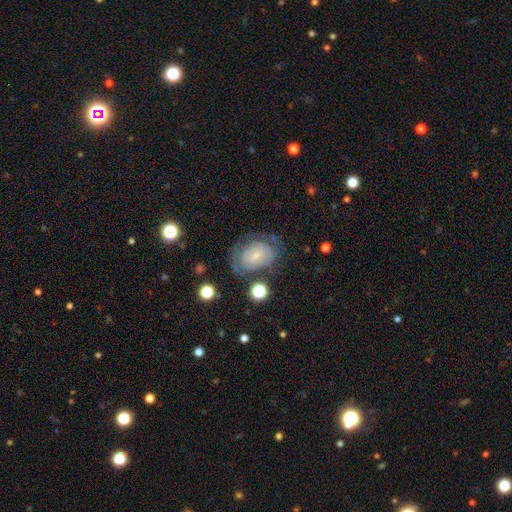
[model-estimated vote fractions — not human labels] Q: Smooth or featured?
A: featured or disk (53%); runner-up: smooth (37%)
Q: Edge-on disk?
A: no (96%); runner-up: yes (4%)
Q: Bar?
A: no (53%); runner-up: weak (38%)
Q: Spiral arms?
A: yes (68%); runner-up: no (32%)
Q: Bulge size?
A: small (70%); runner-up: moderate (18%)
Q: Merging?
A: none (62%); runner-up: minor disturbance (21%)